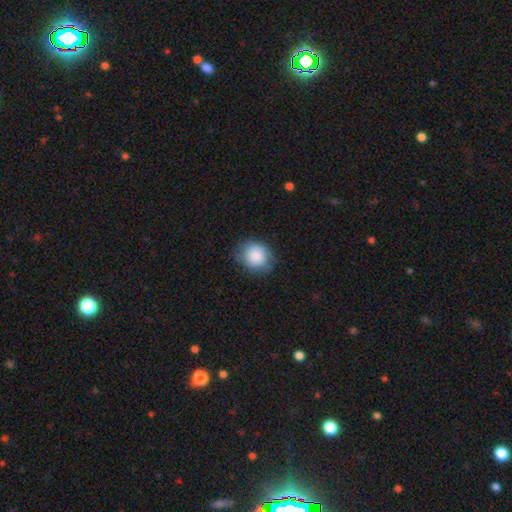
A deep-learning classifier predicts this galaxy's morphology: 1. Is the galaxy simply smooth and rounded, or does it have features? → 86% smooth, 7% star or artifact, 7% featured or disk.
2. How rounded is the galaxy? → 73% round, 26% in between, 1% cigar-shaped.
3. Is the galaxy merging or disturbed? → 77% none, 18% minor disturbance, 5% major disturbance, 1% merger.